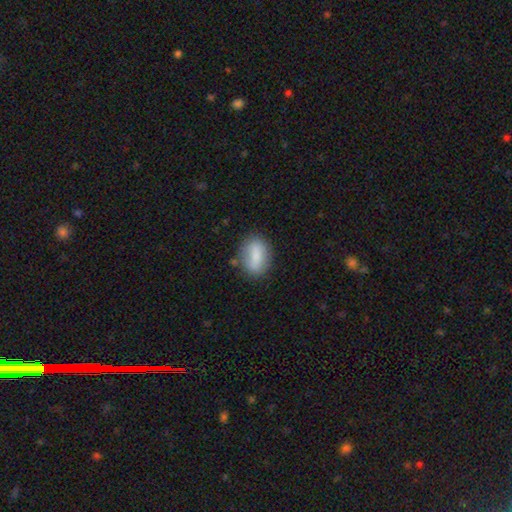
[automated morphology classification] Smooth or featured?
  - smooth: 75% *
  - featured or disk: 17%
  - star or artifact: 7%
How rounded?
  - in between: 76% *
  - round: 20%
  - cigar-shaped: 4%
Merging?
  - none: 75% *
  - minor disturbance: 16%
  - major disturbance: 5%
  - merger: 4%